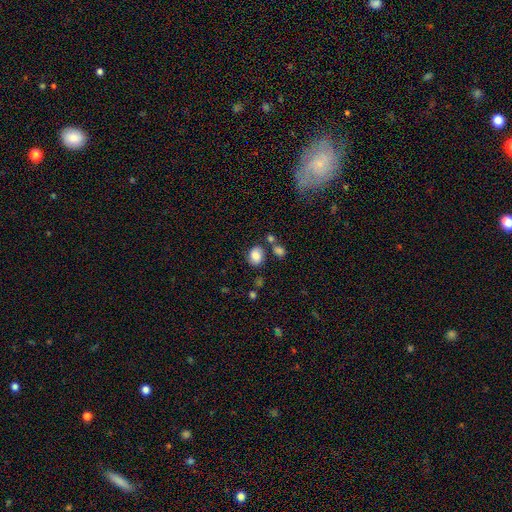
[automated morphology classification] Overall: smooth (83%). How rounded: in between (57%; round 42%). Merging: none (71%).